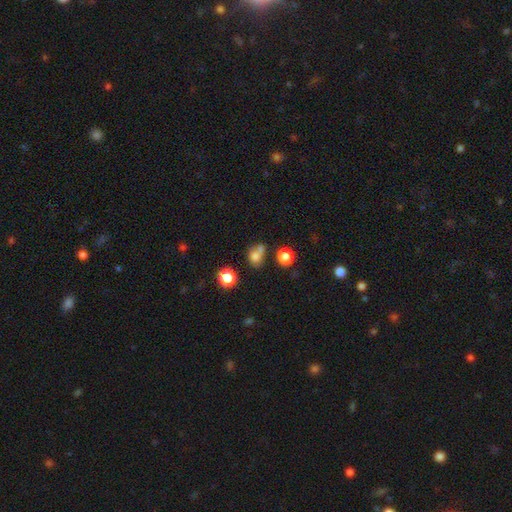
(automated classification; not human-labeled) Morphology: type=smooth (73%); roundness=round (64%); merging=none (41%, tied with merger).